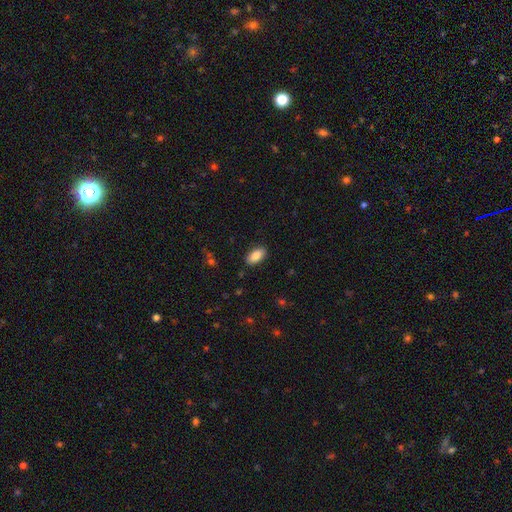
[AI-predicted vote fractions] Smooth or featured: smooth — 88% (star or artifact — 7%)
How rounded: in between — 93% (cigar-shaped — 5%)
Merging: none — 88% (minor disturbance — 9%)